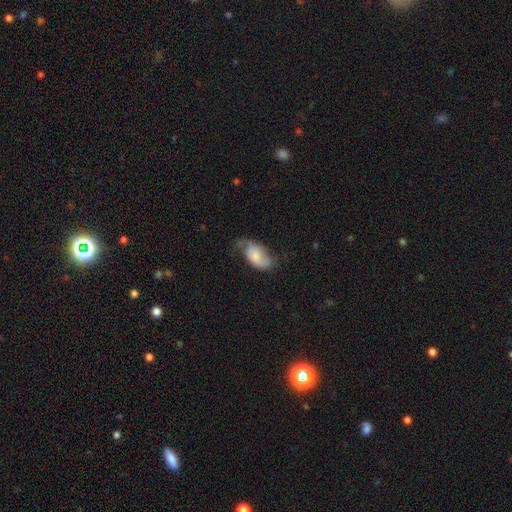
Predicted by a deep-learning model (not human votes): This appears to be a smooth galaxy with no disk features (48%). Merging: none (40%).